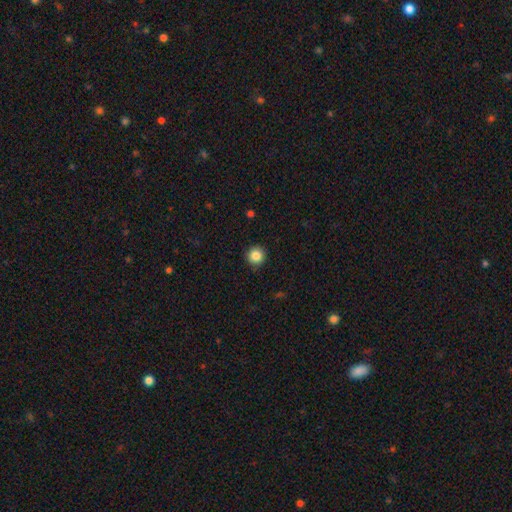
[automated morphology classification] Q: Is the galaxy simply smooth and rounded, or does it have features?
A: smooth — 86%.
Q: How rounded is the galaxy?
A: round — 95%.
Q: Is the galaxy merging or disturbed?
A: none — 91%.